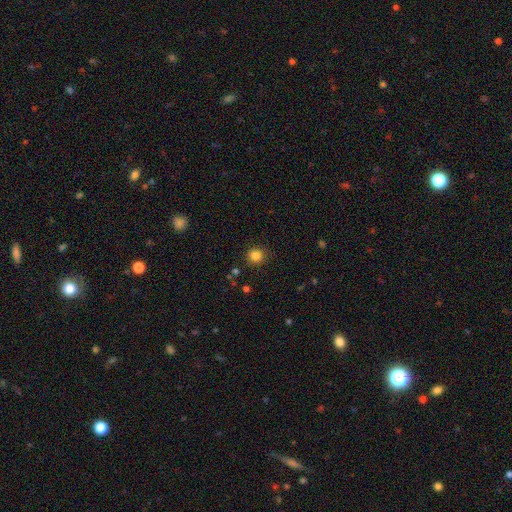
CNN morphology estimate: type=smooth (84%); roundness=round (89%); merging=none (89%).